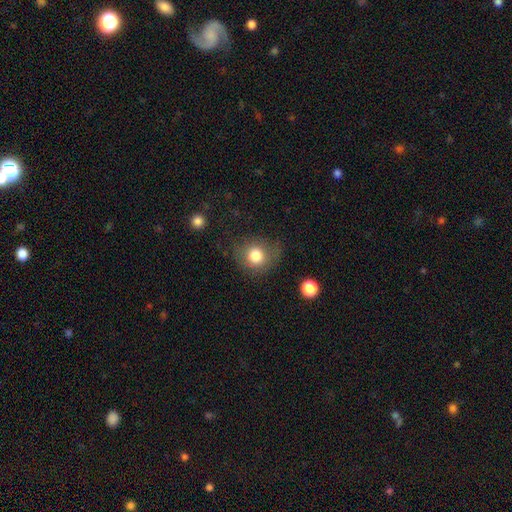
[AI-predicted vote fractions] A smooth galaxy with no disk features (80%) that is round (81%). Merging: none (72%).